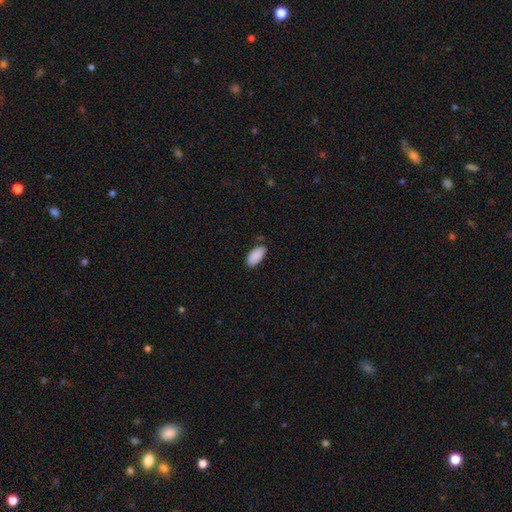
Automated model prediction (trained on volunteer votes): Smooth or featured: smooth — 90% (star or artifact — 6%)
How rounded: in between — 92% (cigar-shaped — 7%)
Merging: none — 82% (minor disturbance — 14%)